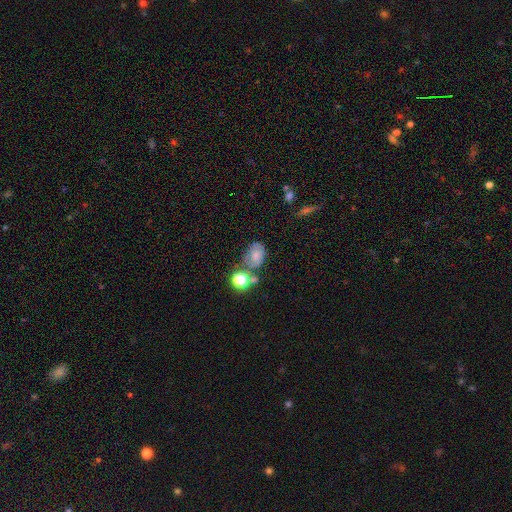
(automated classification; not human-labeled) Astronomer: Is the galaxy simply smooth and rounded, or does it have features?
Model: smooth — 53% (runner-up: featured or disk, 32%).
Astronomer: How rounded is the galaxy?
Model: in between — 71%.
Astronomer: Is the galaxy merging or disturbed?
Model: none — 46% (runner-up: minor disturbance, 22%).